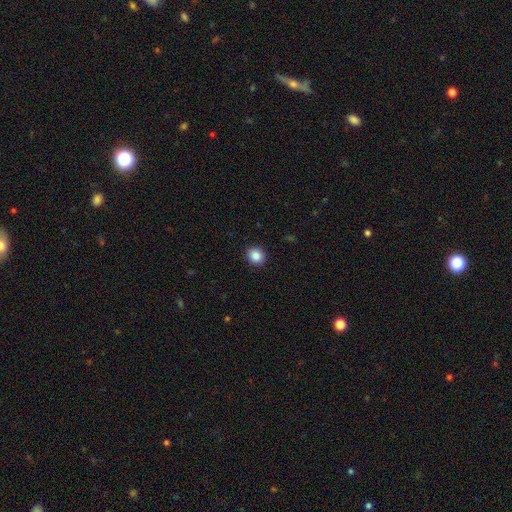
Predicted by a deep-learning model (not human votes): smooth_or_featured: smooth (p=0.86) [alt: star or artifact p=0.09]
how_rounded: round (p=0.77) [alt: in between p=0.22]
merging: none (p=0.92) [alt: minor disturbance p=0.05]